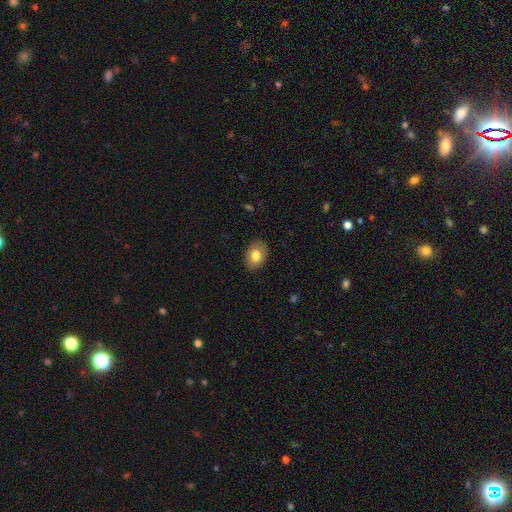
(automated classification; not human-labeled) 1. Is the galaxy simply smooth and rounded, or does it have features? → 79% smooth, 12% featured or disk, 8% star or artifact.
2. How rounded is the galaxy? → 70% in between, 29% round, 1% cigar-shaped.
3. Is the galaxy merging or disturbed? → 87% none, 9% minor disturbance, 2% major disturbance, 1% merger.